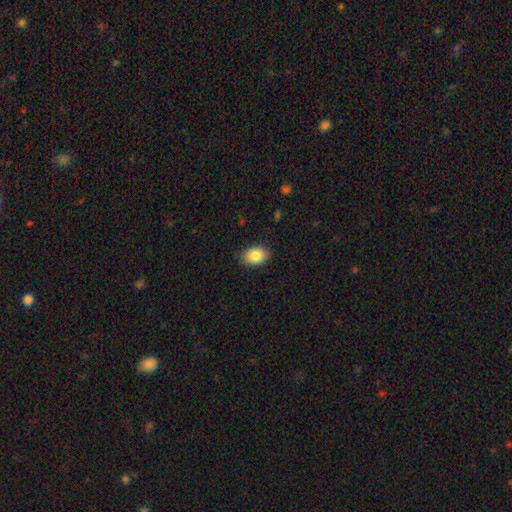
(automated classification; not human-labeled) This is clearly a smooth galaxy (84%). How rounded: clearly in between (80%). Merging: clearly none (86%).